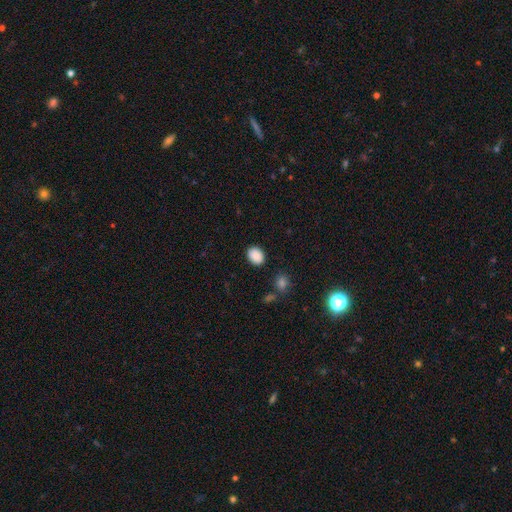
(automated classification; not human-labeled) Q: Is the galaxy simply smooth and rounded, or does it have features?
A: smooth — 89%.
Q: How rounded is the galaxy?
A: in between — 65%.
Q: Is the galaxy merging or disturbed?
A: none — 87%.